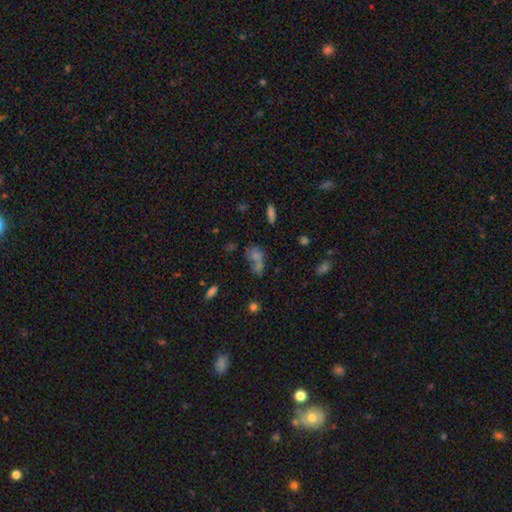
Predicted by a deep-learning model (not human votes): This appears to be a smooth galaxy with no disk features (62%) that is in between round and cigar-shaped (59%). Merging: merger (45%).